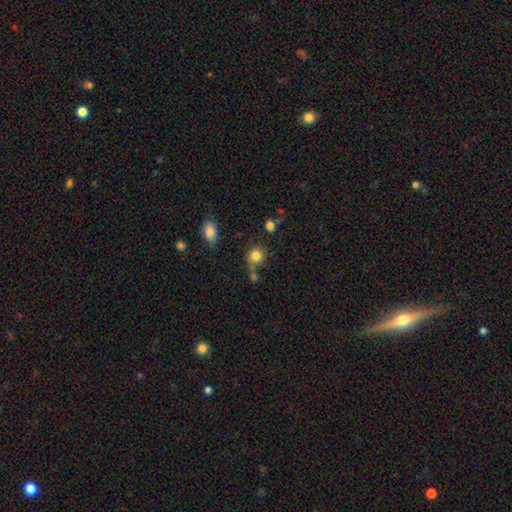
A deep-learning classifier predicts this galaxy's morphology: Smooth or featured? smooth (83%)
How rounded? round (84%)
Merging? none (64%)